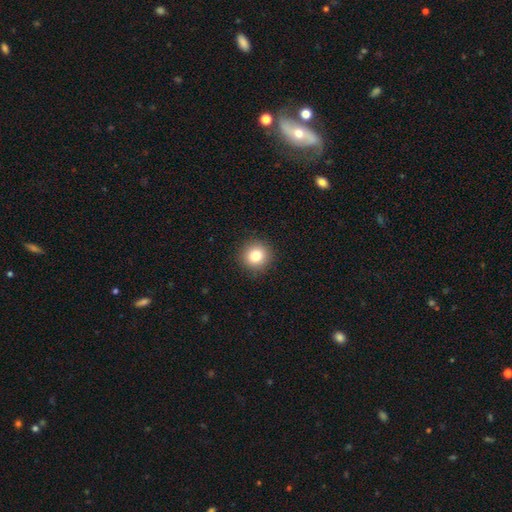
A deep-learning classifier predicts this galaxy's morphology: The model was most divided on "smooth or featured": smooth: 81%, star or artifact: 11%, featured or disk: 8%. More confident: how rounded — round (93%); merging — none (92%).